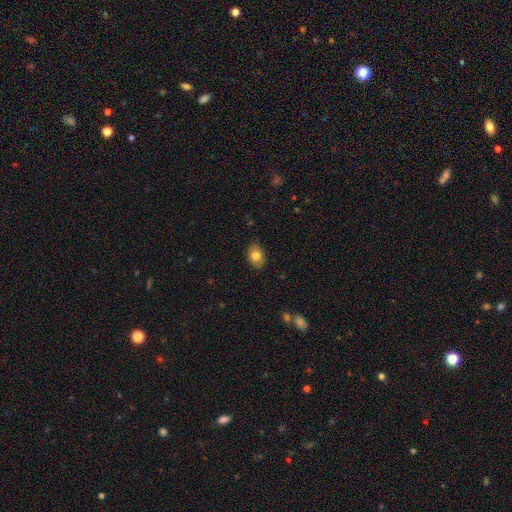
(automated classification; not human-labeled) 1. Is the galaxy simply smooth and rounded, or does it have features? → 81% smooth, 10% featured or disk, 9% star or artifact.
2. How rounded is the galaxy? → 74% in between, 25% round, 1% cigar-shaped.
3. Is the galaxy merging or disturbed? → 85% none, 12% minor disturbance, 2% major disturbance, 1% merger.